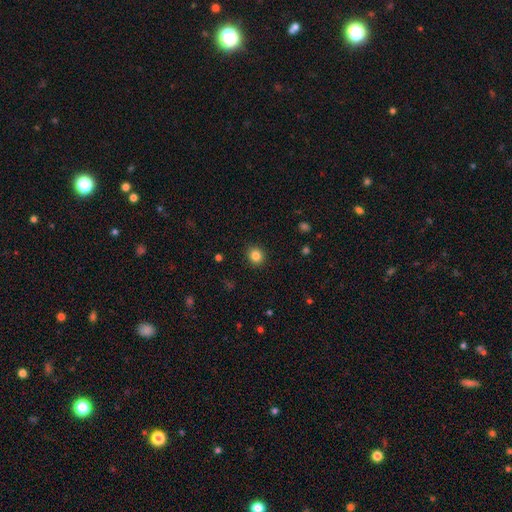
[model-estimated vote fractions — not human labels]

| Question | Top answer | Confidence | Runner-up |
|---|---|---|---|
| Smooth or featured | smooth | 84% | star or artifact (11%) |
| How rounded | round | 83% | in between (16%) |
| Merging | none | 90% | minor disturbance (6%) |